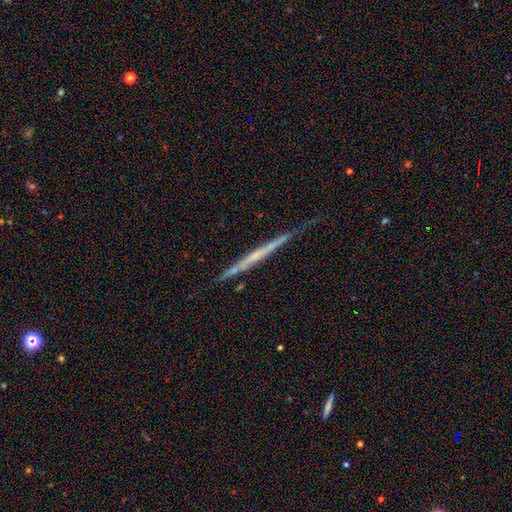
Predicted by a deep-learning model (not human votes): Smooth or featured? featured or disk (66%)
Edge-on disk? yes (97%)
Edge-on bulge? none (80%)
Merging? none (73%)